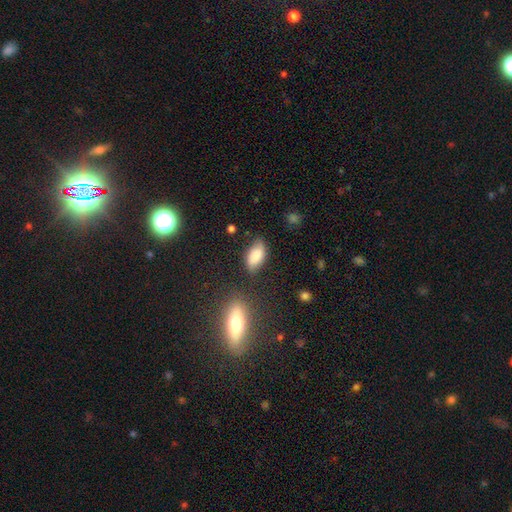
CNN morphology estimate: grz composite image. It shows a smooth galaxy with no disk features (81%) that is in between round and cigar-shaped (92%). Merging: none (67%).